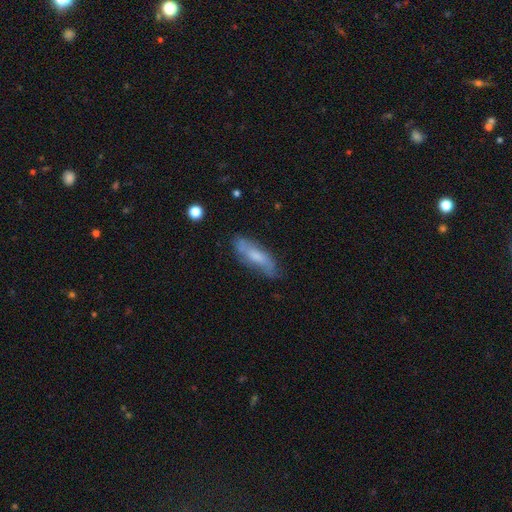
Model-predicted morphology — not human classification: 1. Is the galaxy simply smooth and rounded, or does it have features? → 50% smooth, 43% featured or disk, 7% star or artifact.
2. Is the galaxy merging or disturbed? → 68% none, 23% minor disturbance, 7% major disturbance, 2% merger.